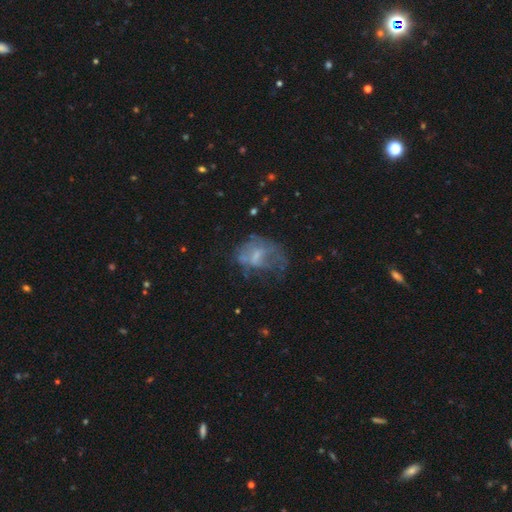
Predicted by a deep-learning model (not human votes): This appears to be a featured or disk galaxy (49%). Merging: major disturbance (40%).